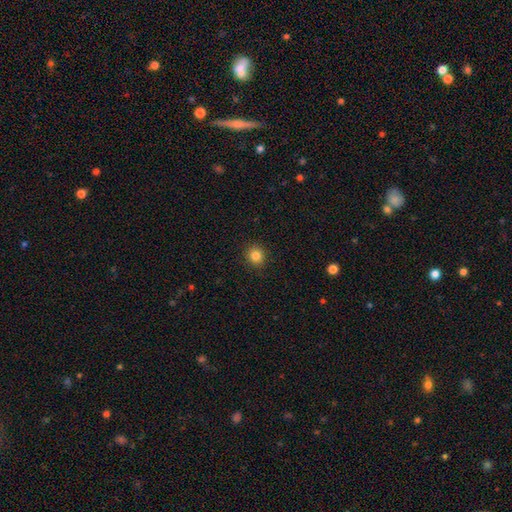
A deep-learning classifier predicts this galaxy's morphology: Q: Smooth or featured?
A: smooth (84%); runner-up: star or artifact (11%)
Q: How rounded?
A: round (89%); runner-up: in between (11%)
Q: Merging?
A: none (92%); runner-up: minor disturbance (6%)